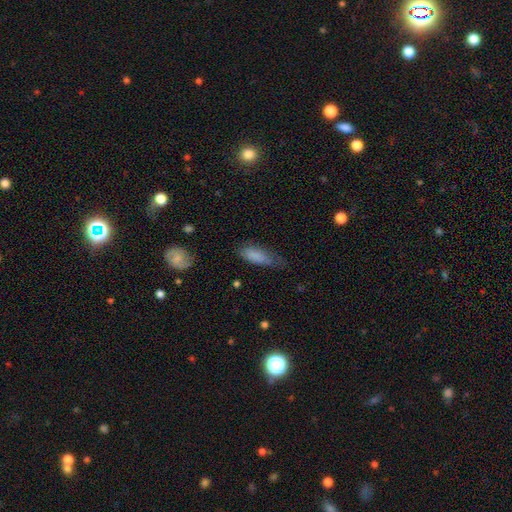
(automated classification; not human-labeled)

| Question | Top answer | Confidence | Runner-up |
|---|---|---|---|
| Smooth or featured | smooth | 81% | featured or disk (12%) |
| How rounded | in between | 66% | cigar-shaped (31%) |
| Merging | none | 47% | minor disturbance (36%) |